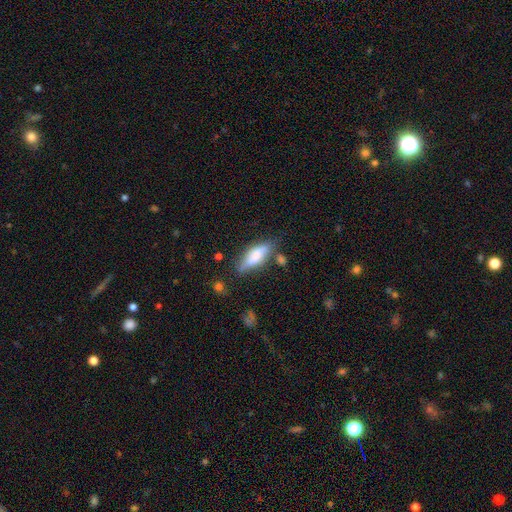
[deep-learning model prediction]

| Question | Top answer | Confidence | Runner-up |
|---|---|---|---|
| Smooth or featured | smooth | 69% | featured or disk (24%) |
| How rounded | in between | 60% | cigar-shaped (37%) |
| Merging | none | 64% | minor disturbance (23%) |